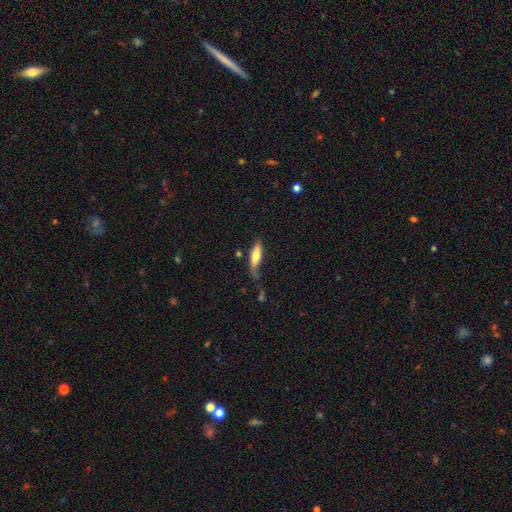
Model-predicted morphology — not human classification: A smooth galaxy with no disk features (64%) that is cigar-shaped (56%). Merging: none (46%).